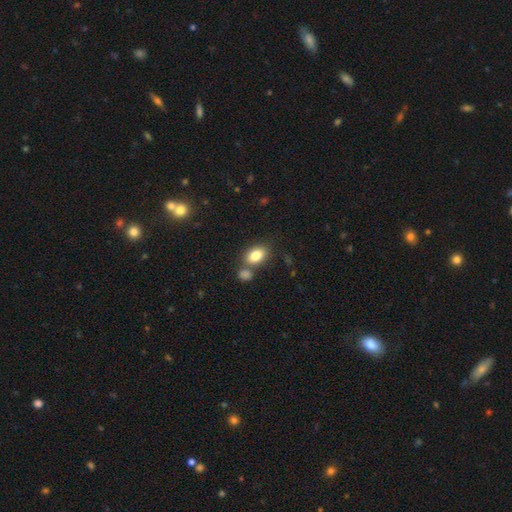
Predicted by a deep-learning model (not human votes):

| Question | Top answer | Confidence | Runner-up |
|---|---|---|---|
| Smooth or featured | smooth | 83% | star or artifact (8%) |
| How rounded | in between | 83% | round (15%) |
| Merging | none | 60% | merger (24%) |